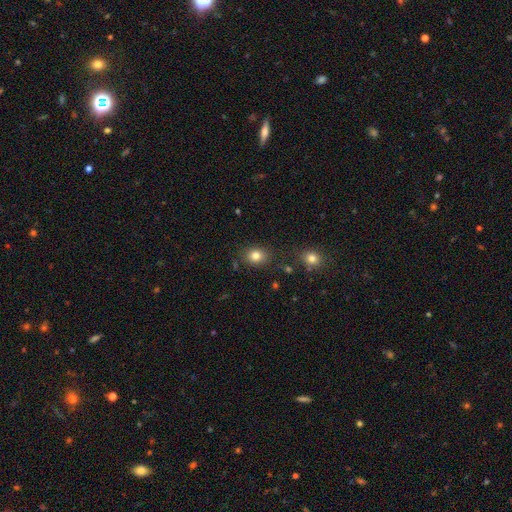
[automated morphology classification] smooth 82%, star or artifact 11%, featured or disk 7%. Down the decision tree: how rounded — round (52%); merging — none (83%).